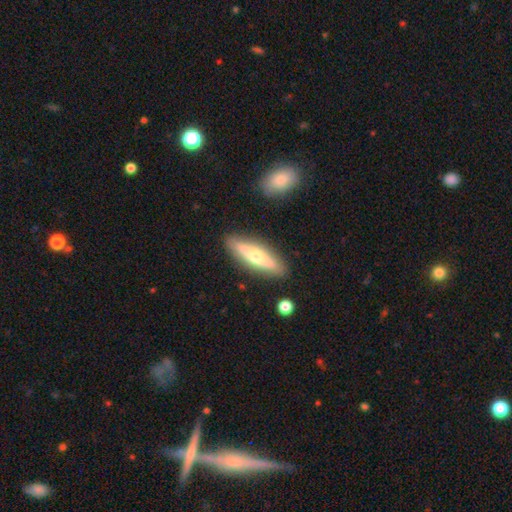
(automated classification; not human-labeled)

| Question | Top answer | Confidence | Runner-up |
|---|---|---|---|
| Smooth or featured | smooth | 48% | featured or disk (47%) |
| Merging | none | 86% | minor disturbance (9%) |